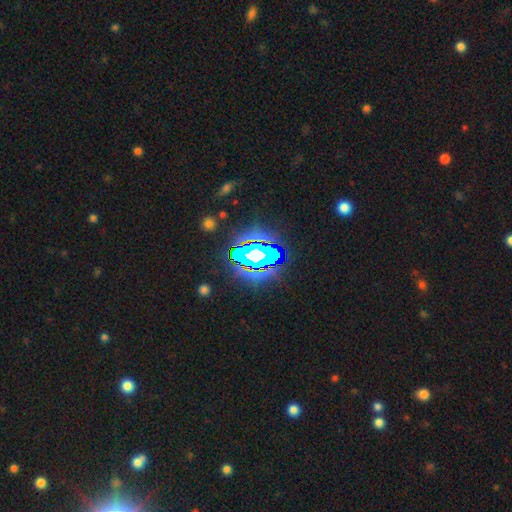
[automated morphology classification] This is likely a star or artifact rather than a galaxy (74%).